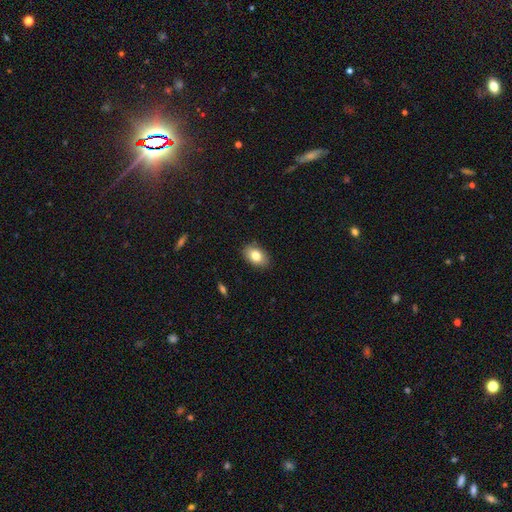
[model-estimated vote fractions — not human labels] smooth 81%, featured or disk 11%, star or artifact 8%. Down the decision tree: how rounded — in between (85%); merging — none (87%).